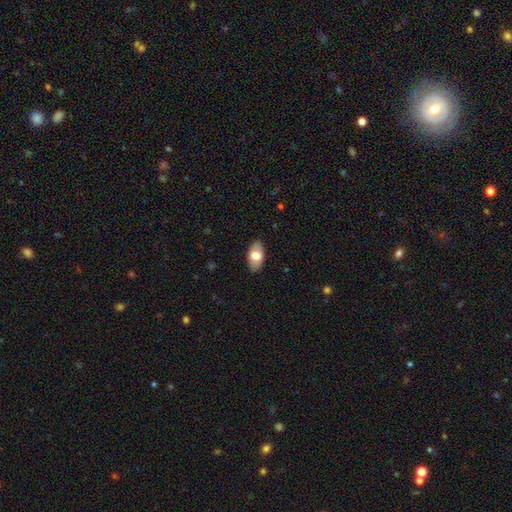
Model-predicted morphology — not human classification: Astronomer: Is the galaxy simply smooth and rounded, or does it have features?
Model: smooth — 71%.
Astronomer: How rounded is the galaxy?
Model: in between — 93%.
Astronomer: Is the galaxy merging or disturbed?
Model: none — 87%.